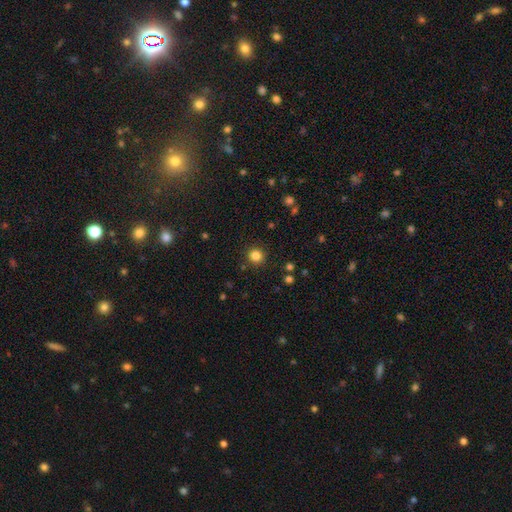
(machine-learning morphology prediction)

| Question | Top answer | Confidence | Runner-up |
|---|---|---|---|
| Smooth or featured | smooth | 83% | star or artifact (13%) |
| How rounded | round | 93% | in between (6%) |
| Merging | none | 90% | minor disturbance (6%) |